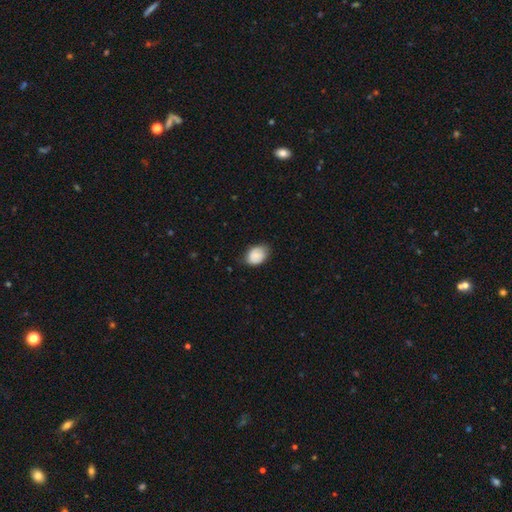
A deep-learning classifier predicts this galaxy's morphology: A smooth galaxy with no disk features (75%) that is in between round and cigar-shaped (73%). Merging: none (70%).